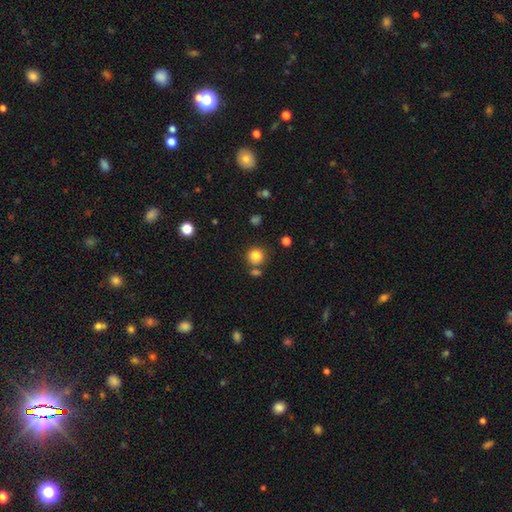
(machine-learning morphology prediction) A smooth galaxy with no disk features (83%) that is round (92%). Merging: none (76%).